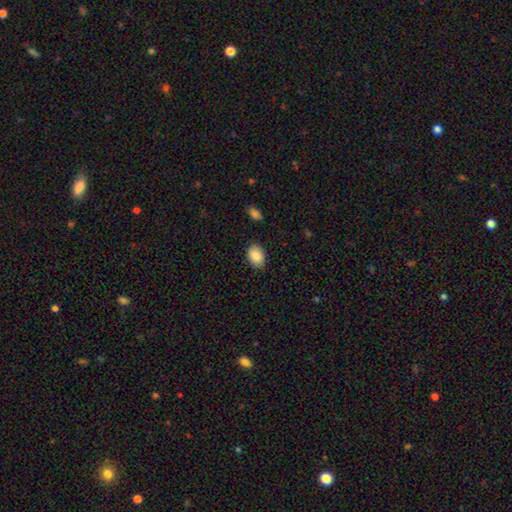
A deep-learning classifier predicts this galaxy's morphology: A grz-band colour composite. It shows a smooth galaxy with no disk features (88%) that is in between round and cigar-shaped (78%). Merging: none (84%).